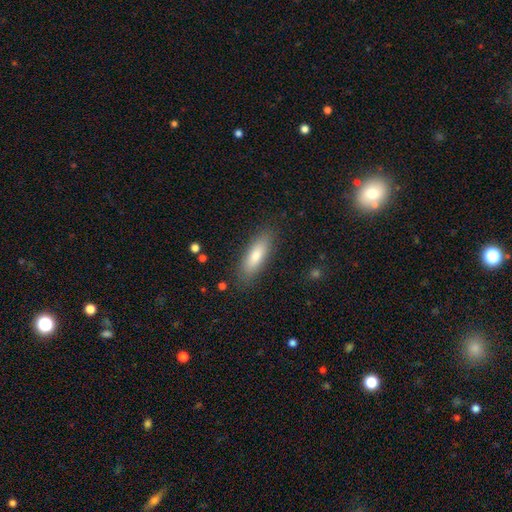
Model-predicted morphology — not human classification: smooth-or-featured: smooth: 77% | featured or disk: 17% | star or artifact: 7%
  how-rounded: in between: 50% | cigar-shaped: 48% | round: 2%
  merging: none: 86% | minor disturbance: 10% | major disturbance: 3% | merger: 1%